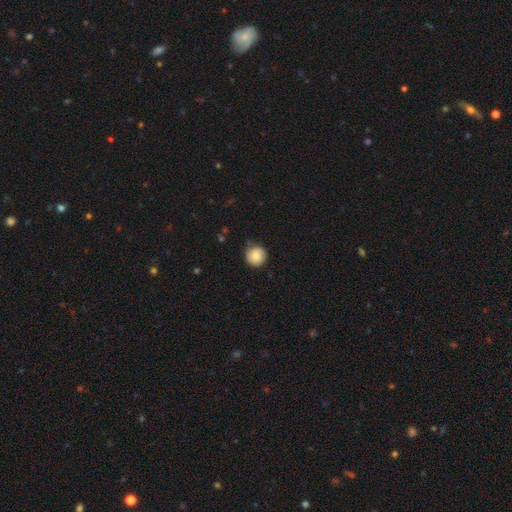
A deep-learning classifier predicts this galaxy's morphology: smooth 87%, star or artifact 8%, featured or disk 5%. Down the decision tree: how rounded — round (95%); merging — none (84%).